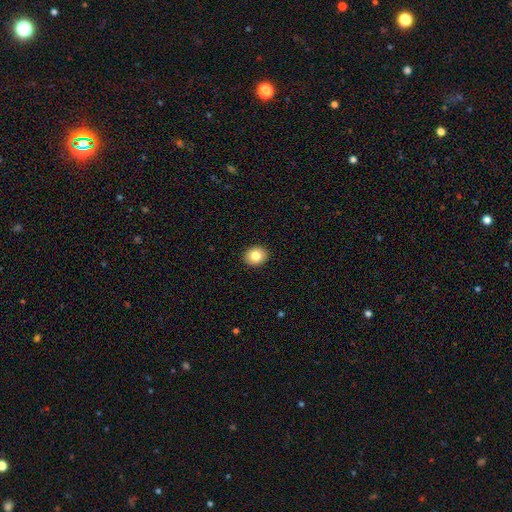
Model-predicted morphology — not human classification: The model was most divided on "how rounded": round: 65%, in between: 34%, cigar-shaped: 1%. More confident: merging — none (92%); smooth or featured — smooth (83%).